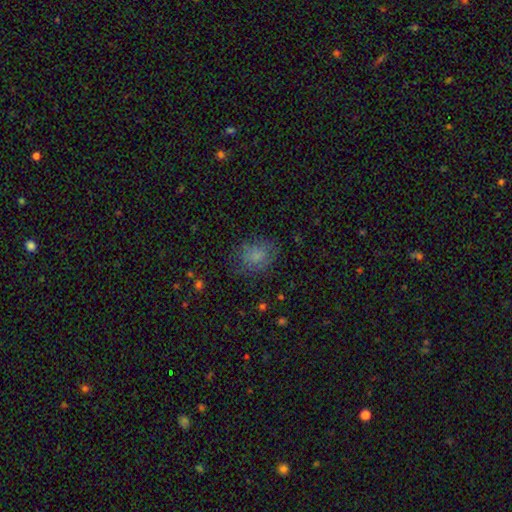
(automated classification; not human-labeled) smooth_or_featured: smooth (p=0.74) [alt: featured or disk p=0.13]
how_rounded: in between (p=0.58) [alt: round p=0.41]
merging: none (p=0.68) [alt: minor disturbance p=0.20]